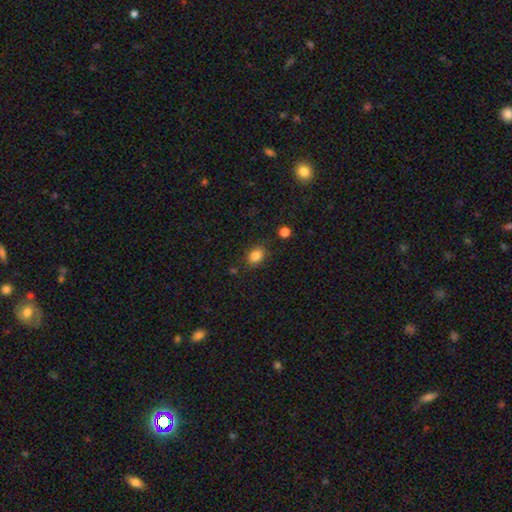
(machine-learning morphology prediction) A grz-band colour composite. It shows a smooth galaxy with no disk features (84%) that is in between round and cigar-shaped (58%). Merging: none (82%).